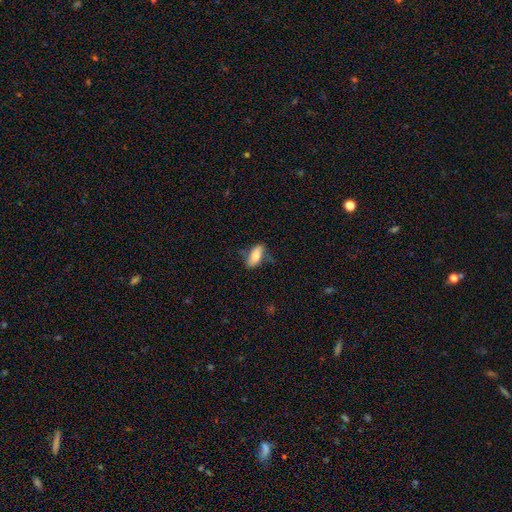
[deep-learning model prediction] smooth 65%, featured or disk 28%, star or artifact 7%. Down the decision tree: how rounded — in between (79%); merging — none (63%).